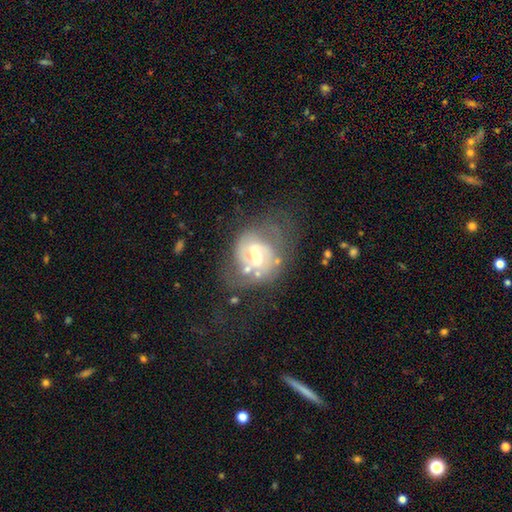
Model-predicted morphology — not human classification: featured or disk 81%, smooth 12%, star or artifact 7%. Down the decision tree: edge-on disk — no (97%); bar — weak (49%); spiral arms — yes (85%); spiral arm count — 2 (63%); spiral winding — tight (43%); bulge size — moderate (66%); merging — none (48%).